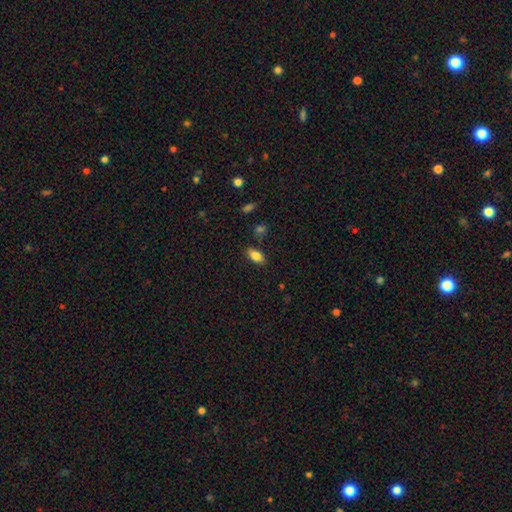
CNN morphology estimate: smooth_or_featured: smooth (p=0.84) [alt: star or artifact p=0.08]
how_rounded: in between (p=0.90) [alt: cigar-shaped p=0.07]
merging: none (p=0.85) [alt: minor disturbance p=0.11]